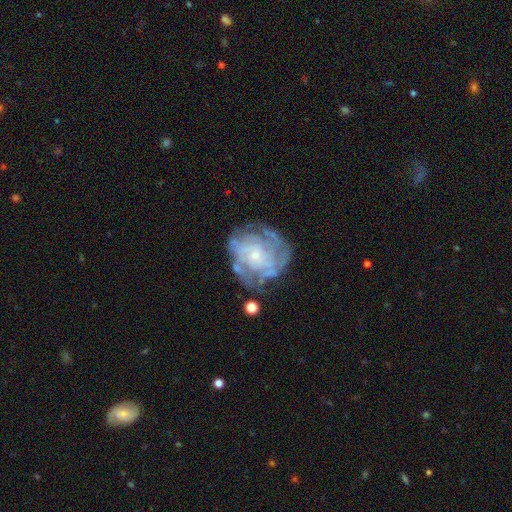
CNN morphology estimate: This appears to be a featured or disk galaxy (78%) with no bar (77%), tight (62%) spiral arms (81%) and a small central bulge (78%). Merging: none (63%).